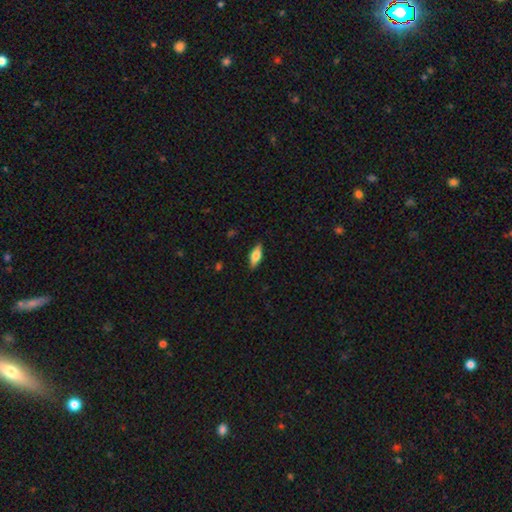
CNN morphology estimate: Smooth or featured?
  - smooth: 64% *
  - featured or disk: 29%
  - star or artifact: 7%
How rounded?
  - in between: 71% *
  - cigar-shaped: 27%
  - round: 3%
Merging?
  - none: 87% *
  - minor disturbance: 10%
  - major disturbance: 2%
  - merger: 1%